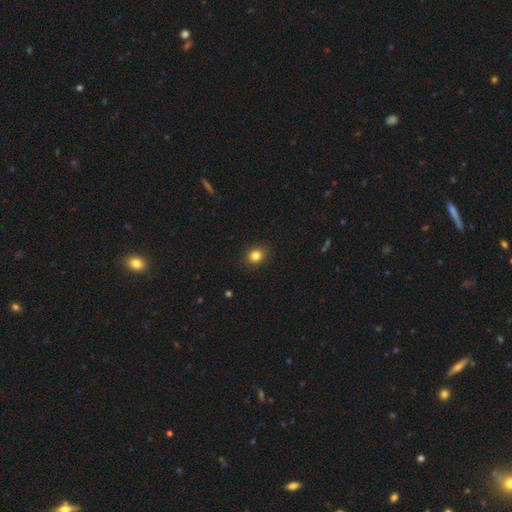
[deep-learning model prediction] Smooth or featured? smooth (83%)
How rounded? round (68%)
Merging? none (89%)